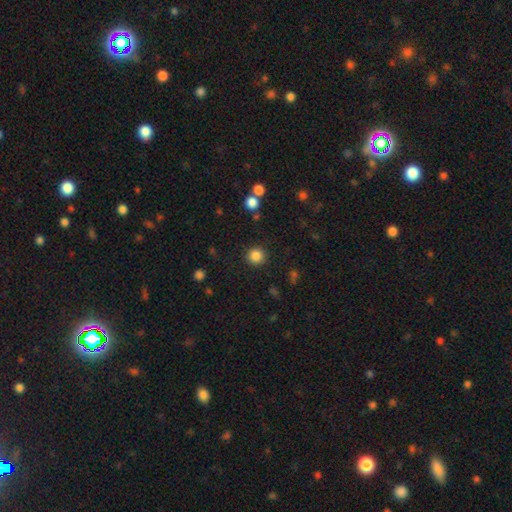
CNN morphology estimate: This appears to be a smooth galaxy with no disk features (85%) that is round (94%). Merging: none (90%).